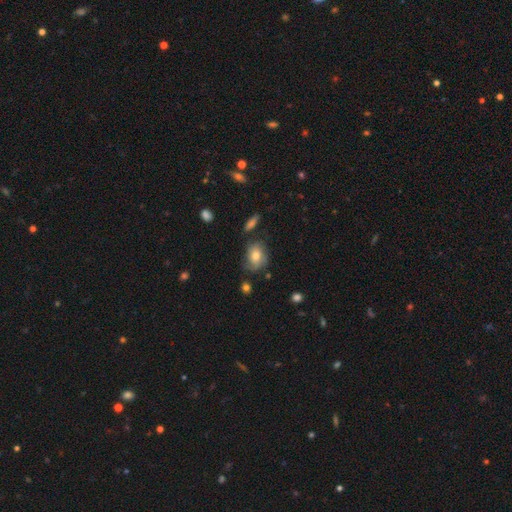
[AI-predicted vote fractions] Smooth or featured? Predicted: smooth (p=0.55). How rounded? Predicted: in between (p=0.59). Merging? Predicted: none (p=0.57).